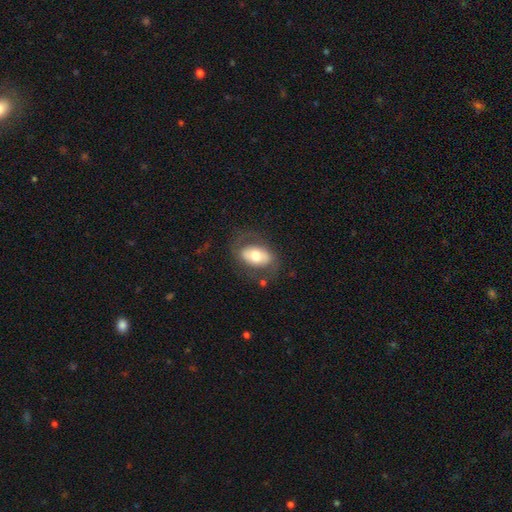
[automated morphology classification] smooth 54%, featured or disk 40%, star or artifact 6%. Down the decision tree: how rounded — in between (87%); merging — none (65%).